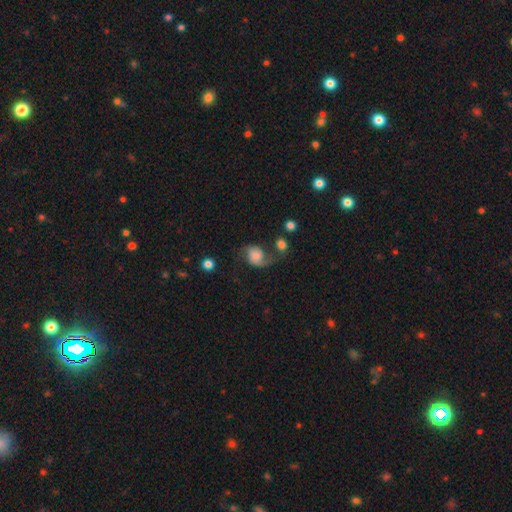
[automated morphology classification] smooth_or_featured: featured or disk (p=0.60) [alt: smooth p=0.31]
disk_edge_on: no (p=0.97) [alt: yes p=0.03]
bar: no (p=0.69) [alt: weak p=0.26]
has_spiral_arms: yes (p=0.92) [alt: no p=0.08]
spiral_winding: loose (p=0.62) [alt: medium p=0.29]
spiral_arm_count: 2 (p=0.73) [alt: 1 p=0.20]
bulge_size: moderate (p=0.24) [tied with: large p=0.24]
merging: none (p=0.43) [alt: major disturbance p=0.24]